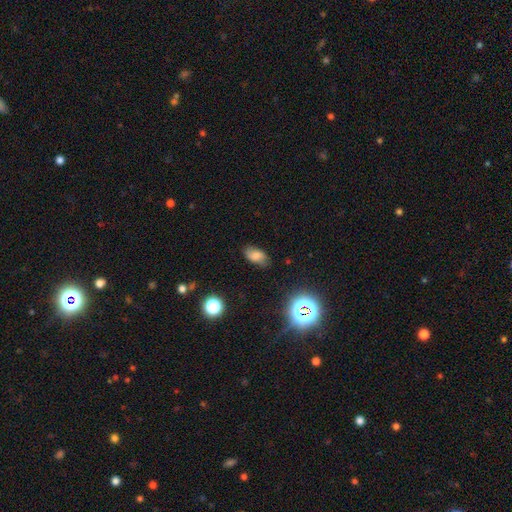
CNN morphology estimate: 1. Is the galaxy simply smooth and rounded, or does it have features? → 72% smooth, 14% star or artifact, 14% featured or disk.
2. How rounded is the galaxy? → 91% in between, 7% round, 3% cigar-shaped.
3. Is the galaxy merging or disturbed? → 76% none, 18% minor disturbance, 4% major disturbance, 2% merger.